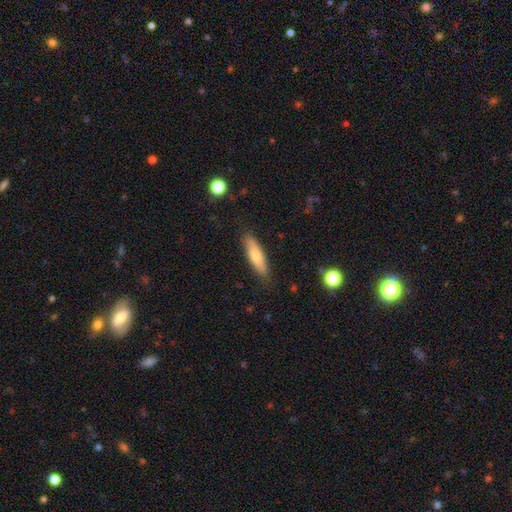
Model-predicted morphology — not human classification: A smooth galaxy with no disk features (69%) that is cigar-shaped (68%). Merging: none (85%).